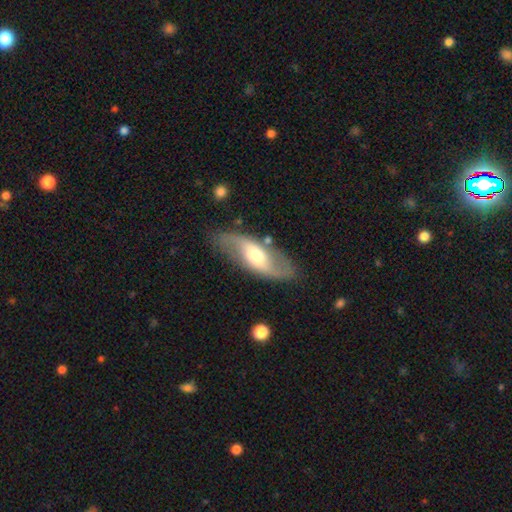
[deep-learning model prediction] Morphology: type=featured or disk (75%); edge-on=no (89%); bar=weak (42%); spiral arms=yes (90%); winding=loose (57%); arm count=2 (90%); bulge=moderate (62%); merging=none (78%).